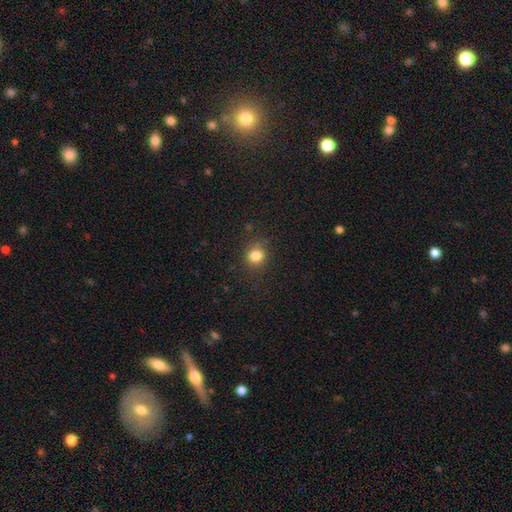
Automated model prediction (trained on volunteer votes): This appears to be a smooth galaxy with no disk features (81%) that is round (86%). Merging: none (84%).